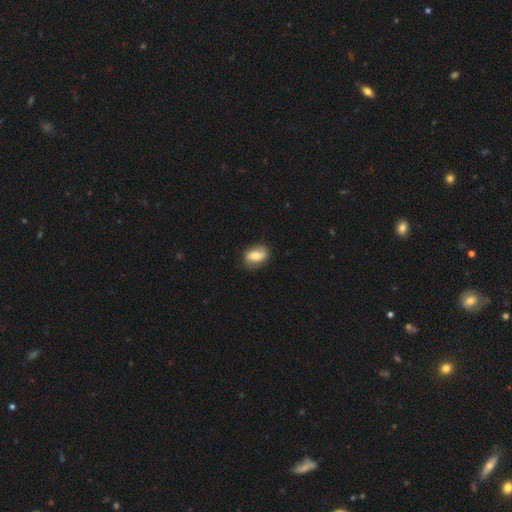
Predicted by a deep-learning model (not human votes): The model was most divided on "smooth or featured": smooth: 58%, featured or disk: 35%, star or artifact: 7%. More confident: how rounded — in between (80%); merging — none (78%).